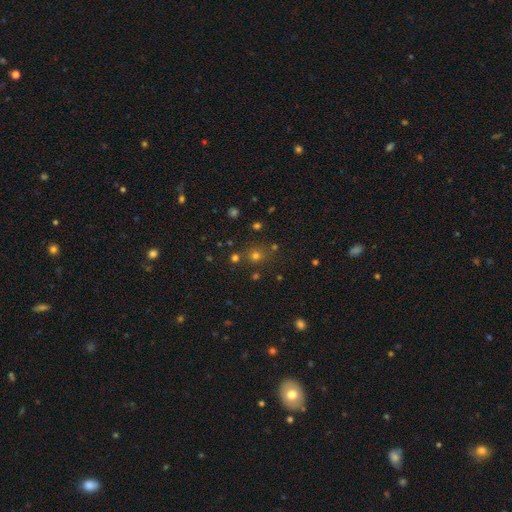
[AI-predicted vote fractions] Smooth or featured? Predicted: smooth (p=0.58). How rounded? Predicted: round (p=0.87). Merging? Predicted: none (p=0.79).